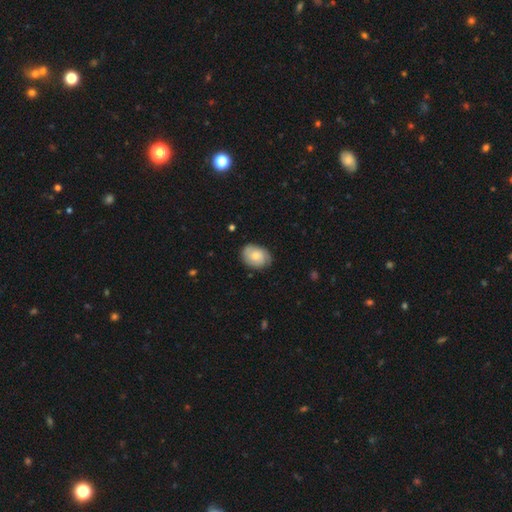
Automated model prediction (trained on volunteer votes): Smooth or featured: smooth — 59% (featured or disk — 34%)
How rounded: in between — 67% (round — 33%)
Merging: none — 77% (minor disturbance — 18%)